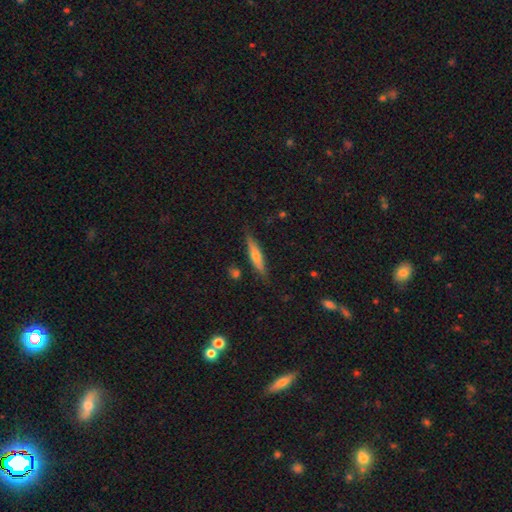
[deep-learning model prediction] A smooth galaxy with no disk features (53%) that is cigar-shaped (85%). Merging: none (85%).